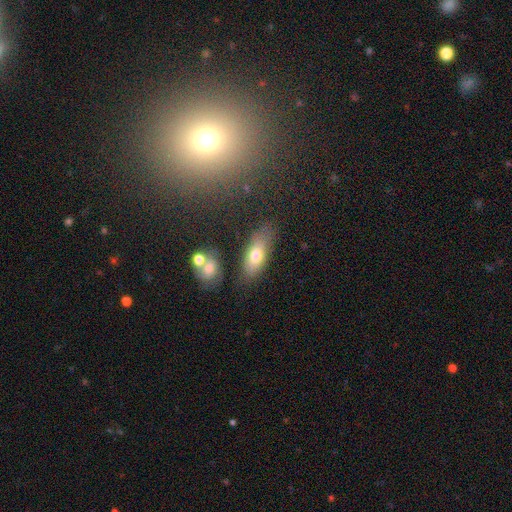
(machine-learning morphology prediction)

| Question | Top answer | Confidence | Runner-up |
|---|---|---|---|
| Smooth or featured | smooth | 72% | featured or disk (20%) |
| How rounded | in between | 76% | cigar-shaped (20%) |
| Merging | none | 70% | minor disturbance (18%) |